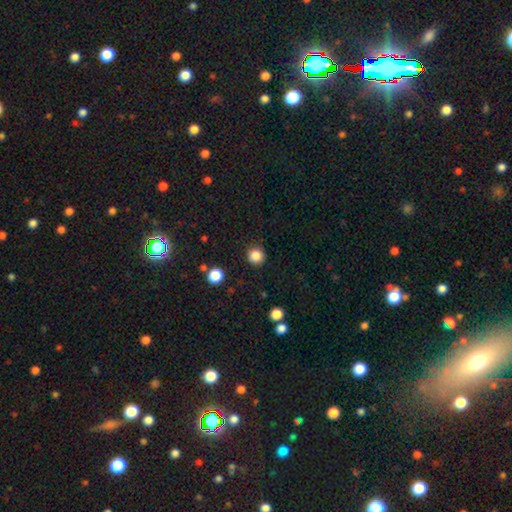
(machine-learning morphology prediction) type=smooth (86%); roundness=round (94%); merging=none (91%).